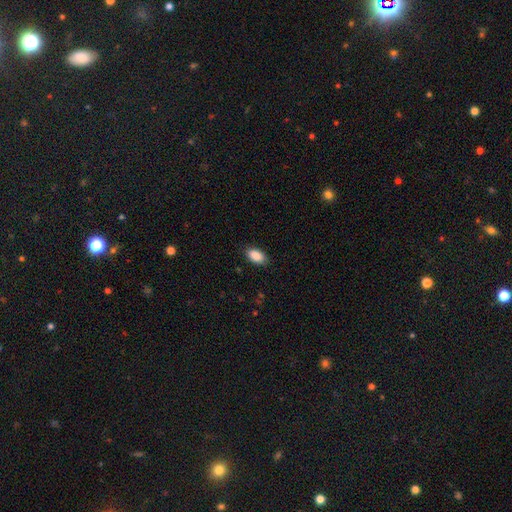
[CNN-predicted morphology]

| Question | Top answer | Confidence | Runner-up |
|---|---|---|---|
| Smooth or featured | smooth | 90% | star or artifact (7%) |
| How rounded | in between | 93% | round (4%) |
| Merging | none | 87% | minor disturbance (10%) |